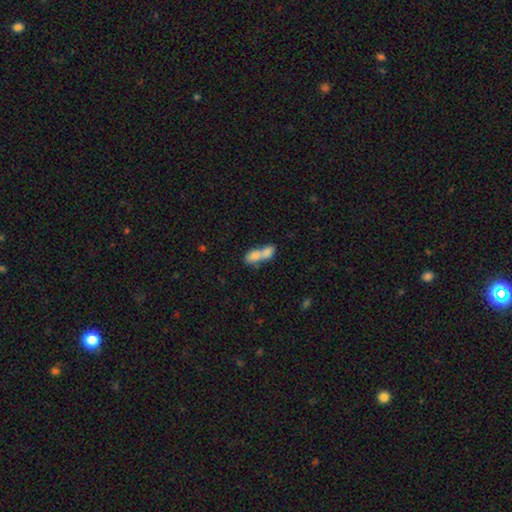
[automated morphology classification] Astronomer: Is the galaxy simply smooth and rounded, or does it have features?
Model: smooth — 76%.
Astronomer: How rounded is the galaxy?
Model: in between — 80%.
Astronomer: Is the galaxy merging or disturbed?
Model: merger — 77%.